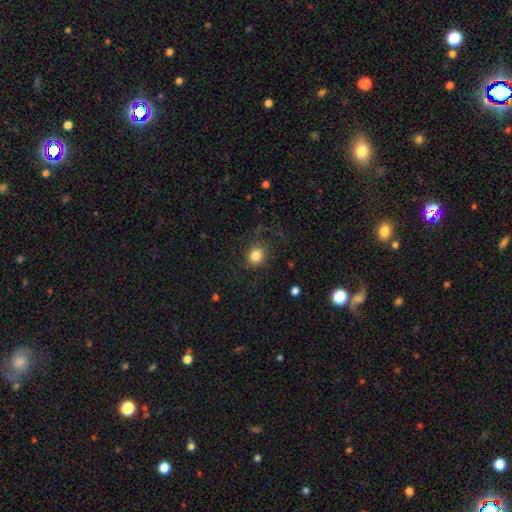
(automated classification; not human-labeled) smooth-or-featured: smooth: 81% | featured or disk: 9% | star or artifact: 9%
  how-rounded: round: 78% | in between: 21% | cigar-shaped: 1%
  merging: none: 69% | major disturbance: 15% | minor disturbance: 15% | merger: 2%